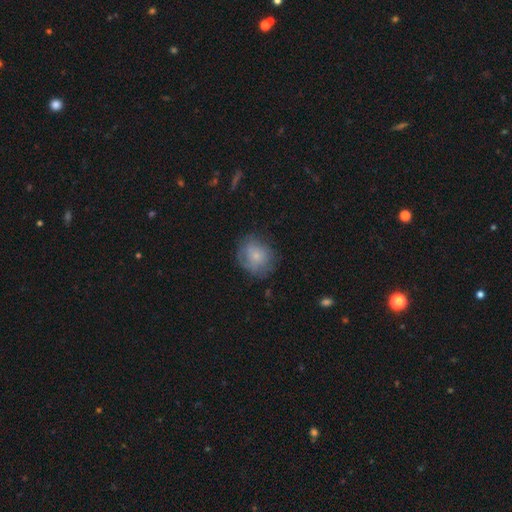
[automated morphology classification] Smooth or featured: smooth — 65% (featured or disk — 26%)
How rounded: round — 75% (in between — 24%)
Merging: none — 64% (minor disturbance — 24%)